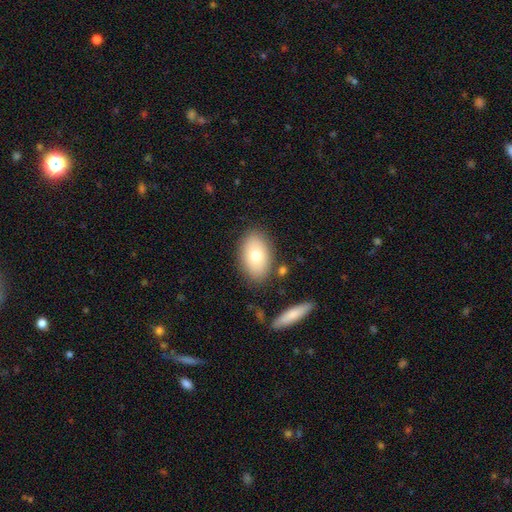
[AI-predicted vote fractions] Smooth or featured? Predicted: smooth (p=0.74). How rounded? Predicted: in between (p=0.89). Merging? Predicted: none (p=0.83).